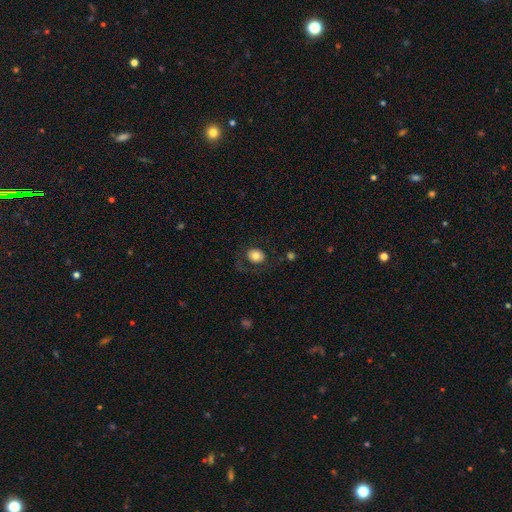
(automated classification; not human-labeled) Q: Smooth or featured?
A: smooth (76%); runner-up: featured or disk (16%)
Q: How rounded?
A: round (60%); runner-up: in between (39%)
Q: Merging?
A: none (75%); runner-up: minor disturbance (12%)